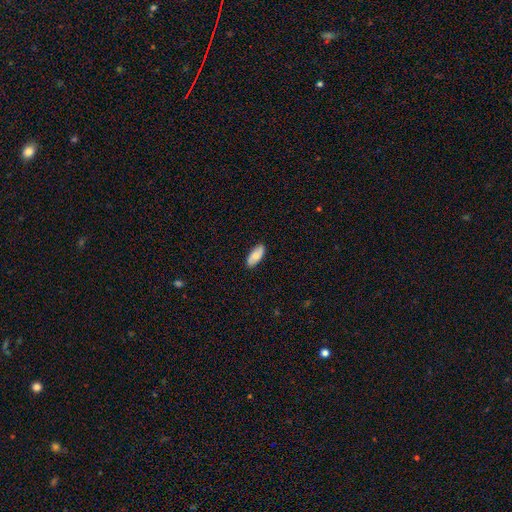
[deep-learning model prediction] Morphology: type=smooth (66%); roundness=in between (86%); merging=none (88%).